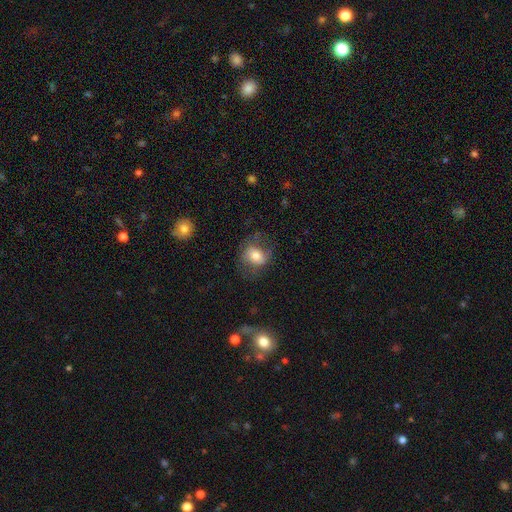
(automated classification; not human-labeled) The model was most divided on "how rounded": round: 50%, in between: 48%, cigar-shaped: 1%. More confident: smooth or featured — smooth (65%); merging — none (56%).